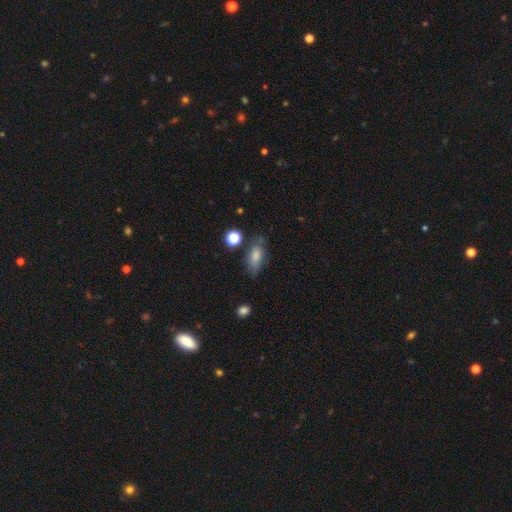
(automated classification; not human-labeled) This appears to be a smooth galaxy with no disk features (79%) that is in between round and cigar-shaped (80%). Merging: none (64%).